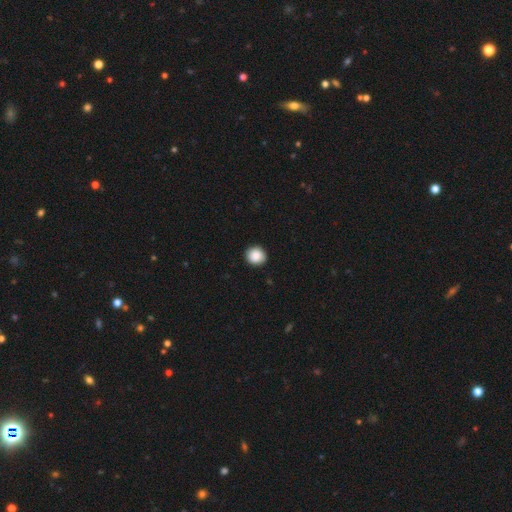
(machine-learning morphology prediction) Q: Smooth or featured?
A: smooth (88%); runner-up: star or artifact (8%)
Q: How rounded?
A: round (90%); runner-up: in between (9%)
Q: Merging?
A: none (90%); runner-up: minor disturbance (8%)